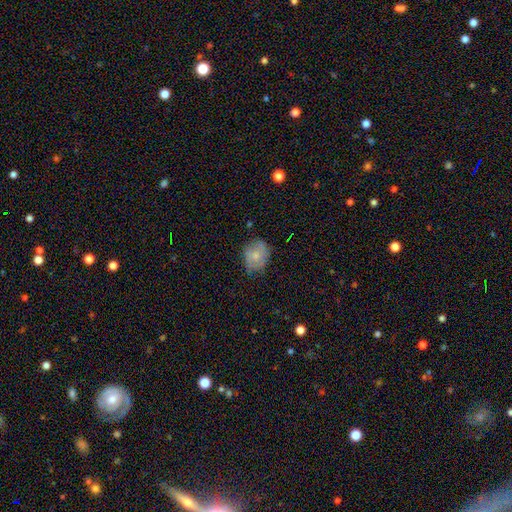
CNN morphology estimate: smooth-or-featured: smooth: 70% | featured or disk: 22% | star or artifact: 8%
  how-rounded: round: 51% | in between: 47% | cigar-shaped: 1%
  merging: none: 62% | minor disturbance: 29% | major disturbance: 7% | merger: 2%